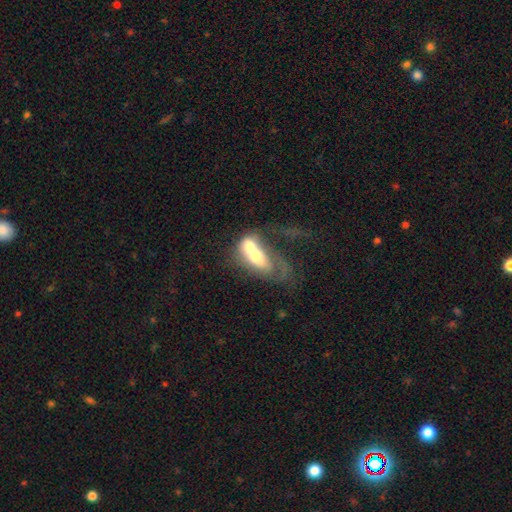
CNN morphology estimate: smooth-or-featured: smooth: 50% | featured or disk: 42% | star or artifact: 8%
  how-rounded: in between: 75% | round: 13% | cigar-shaped: 12%
  merging: merger: 71% | major disturbance: 14% | none: 9% | minor disturbance: 6%